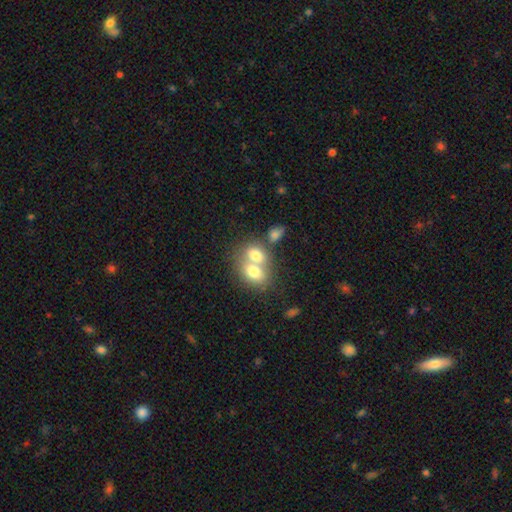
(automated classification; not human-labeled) Smooth or featured: smooth — 71% (featured or disk — 20%)
How rounded: in between — 64% (round — 35%)
Merging: merger — 69% (none — 21%)